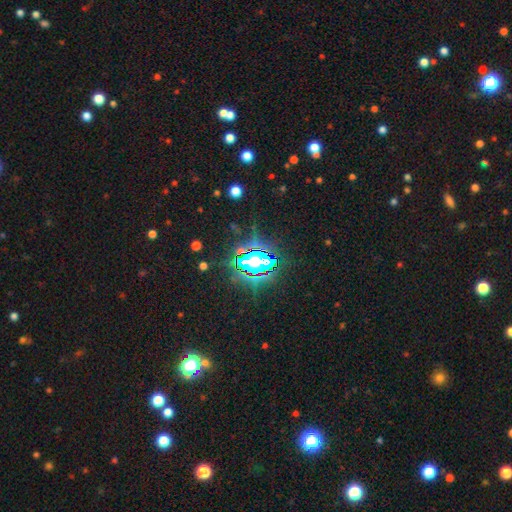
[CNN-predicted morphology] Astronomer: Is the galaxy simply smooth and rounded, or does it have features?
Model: star or artifact — 77%.